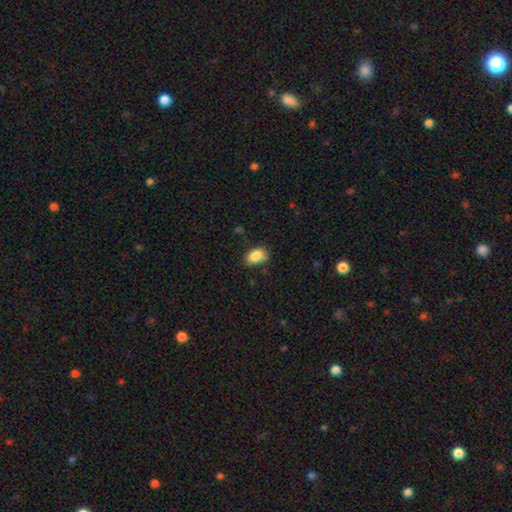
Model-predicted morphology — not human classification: Overall: smooth (86%). How rounded: in between (87%). Merging: none (71%).